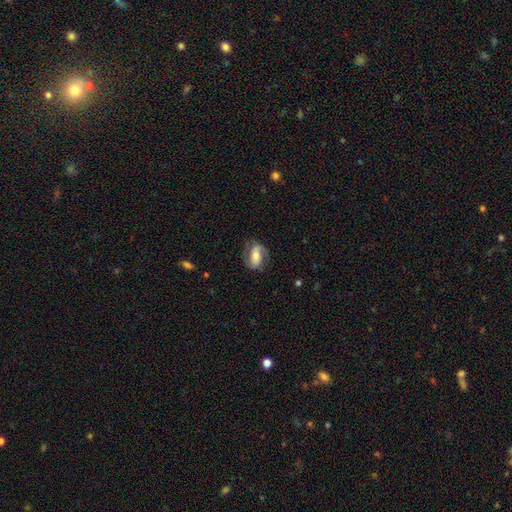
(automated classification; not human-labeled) The model was most divided on "bar" (2-way tie): strong: 34%, no: 34%, weak: 32%. Remaining: edge-on disk — no (95%); spiral arms — yes (88%); spiral arm count — 2 (82%); merging — none (71%); smooth or featured — featured or disk (65%); bulge size — moderate (57%); spiral winding — medium (42%).